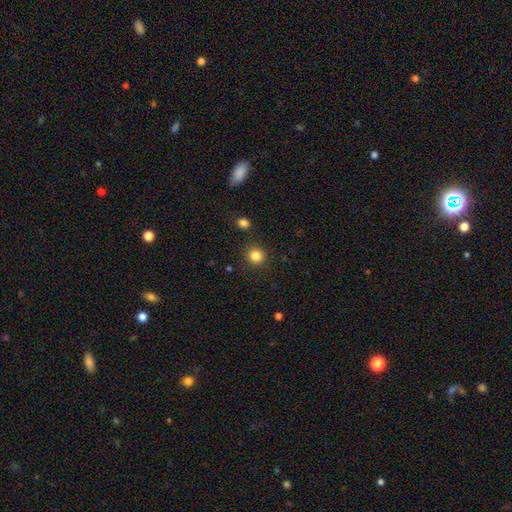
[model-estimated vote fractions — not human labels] Overall: smooth (85%). How rounded: round (91%). Merging: none (88%).